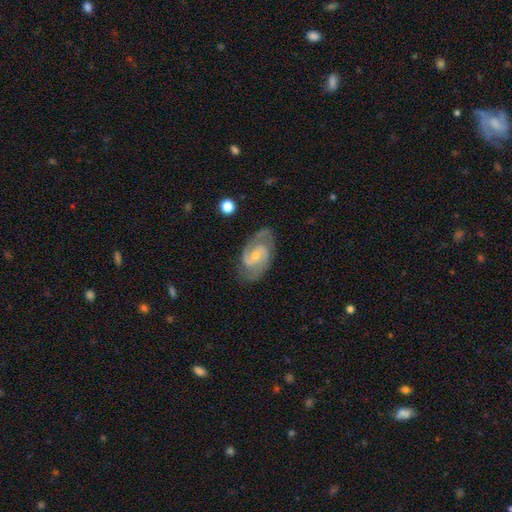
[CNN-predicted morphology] Smooth or featured: featured or disk — 84% (smooth — 11%)
Edge-on disk: no — 96% (yes — 4%)
Bar: no — 47% (weak — 43%)
Spiral arms: yes — 95% (no — 5%)
Spiral winding: medium — 52% (tight — 35%)
Spiral arm count: 2 — 85% (can't tell — 7%)
Bulge size: small — 59% (moderate — 37%)
Merging: none — 75% (minor disturbance — 18%)